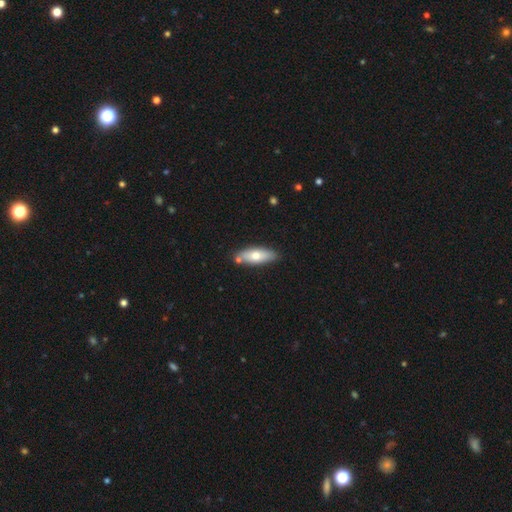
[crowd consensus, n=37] Smooth or featured: smooth — 59% (featured or disk — 41%)
How rounded: in between — 77% (cigar-shaped — 23%)
Merging: none — 84% (minor disturbance — 14%)